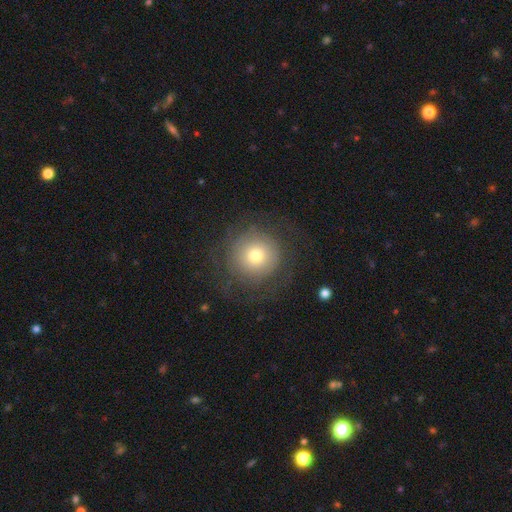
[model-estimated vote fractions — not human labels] Q: Smooth or featured?
A: smooth (60%); runner-up: featured or disk (29%)
Q: How rounded?
A: round (95%); runner-up: in between (4%)
Q: Merging?
A: none (74%); runner-up: major disturbance (12%)